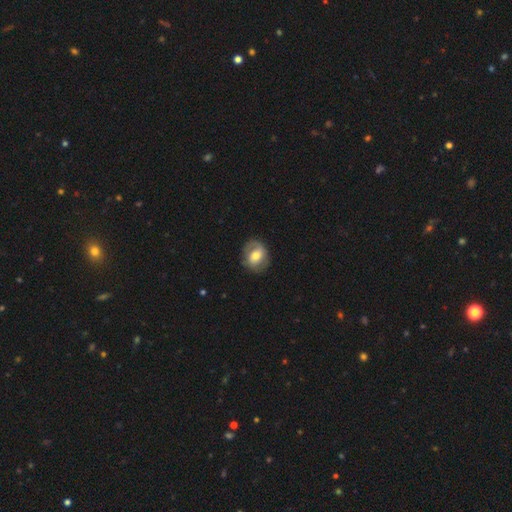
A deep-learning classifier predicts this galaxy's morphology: A smooth galaxy with no disk features (52%) that is round (56%).

Vote fractions:
- Smooth or featured? smooth: 52% / featured or disk: 41% / star or artifact: 7%
- How rounded? round: 56% / in between: 43% / cigar-shaped: 1%
- Merging? none: 73% / minor disturbance: 18% / major disturbance: 7% / merger: 1%